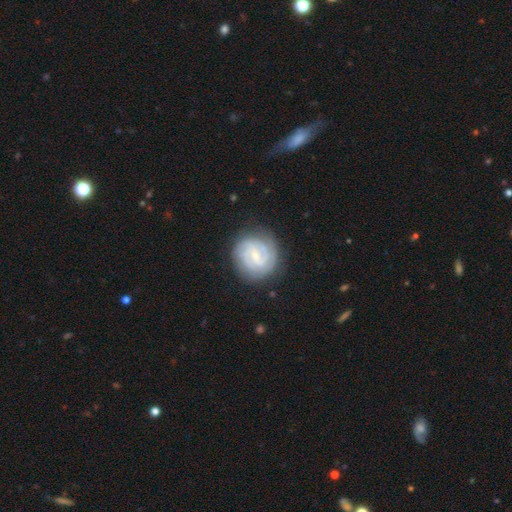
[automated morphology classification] type=featured or disk (83%); edge-on=no (98%); bar=weak (53%); spiral arms=yes (97%); winding=tight (71%); arm count=2 (31%); bulge=small (73%); merging=none (82%).